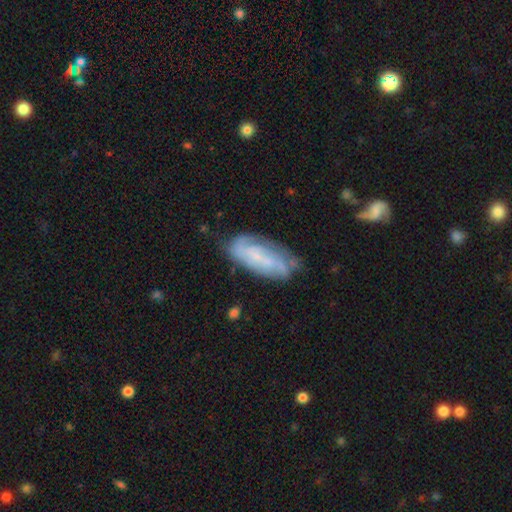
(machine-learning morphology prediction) A featured or disk galaxy (63%) with no bar (54%), spiral arms (80%) and a small central bulge (62%). Merging: none (60%).